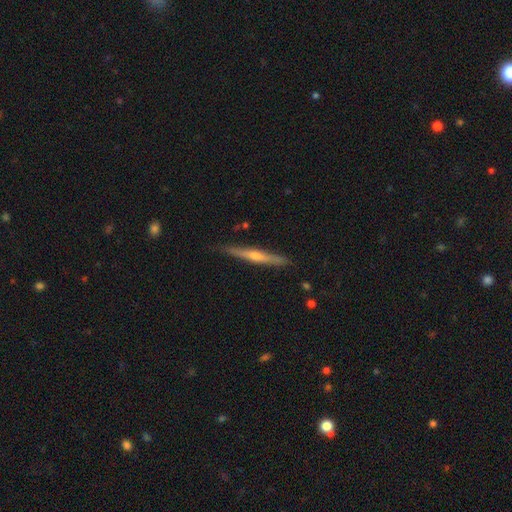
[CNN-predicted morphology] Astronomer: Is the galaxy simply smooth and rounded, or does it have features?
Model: featured or disk — 67%.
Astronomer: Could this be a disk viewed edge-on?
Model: yes — 97%.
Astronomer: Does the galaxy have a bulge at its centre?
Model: rounded — 75%.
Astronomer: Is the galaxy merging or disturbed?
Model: none — 86%.